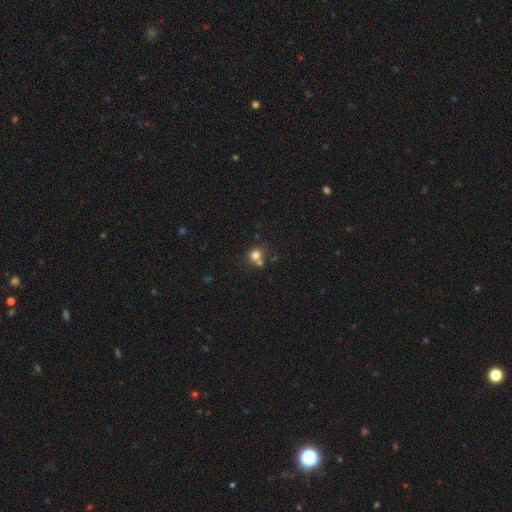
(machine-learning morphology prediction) Smooth or featured? smooth (77%)
How rounded? round (86%)
Merging? none (54%)